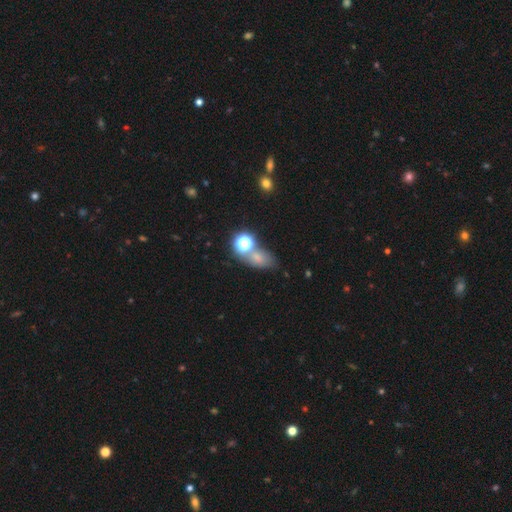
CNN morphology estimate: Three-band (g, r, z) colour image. It shows a smooth galaxy with no disk features (59%) that is in between round and cigar-shaped (71%). Merging: none (51%).